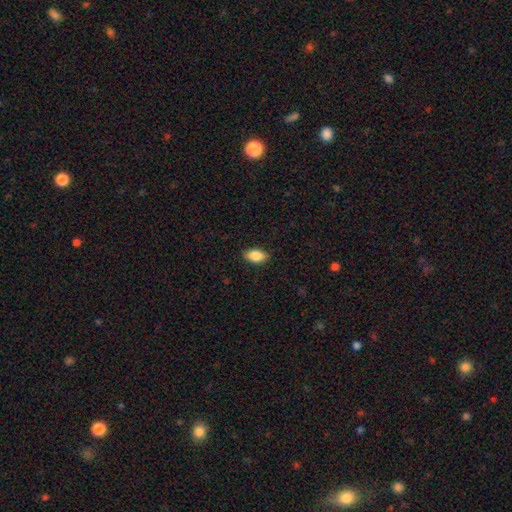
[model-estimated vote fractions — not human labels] Smooth or featured: smooth — 87% (star or artifact — 7%)
How rounded: in between — 91% (round — 6%)
Merging: none — 87% (minor disturbance — 10%)